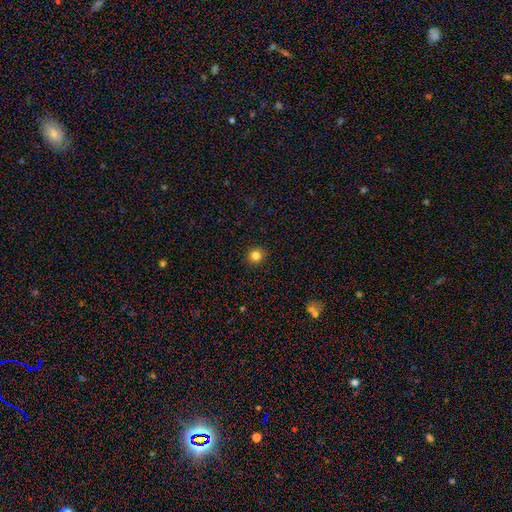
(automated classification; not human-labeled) smooth_or_featured: smooth (p=0.82) [alt: star or artifact p=0.13]
how_rounded: round (p=0.92) [alt: in between p=0.07]
merging: none (p=0.93) [alt: minor disturbance p=0.05]